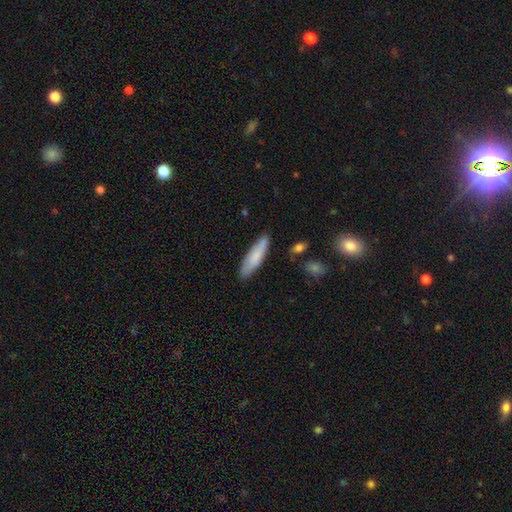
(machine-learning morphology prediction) Smooth or featured?
  - smooth: 78% *
  - featured or disk: 16%
  - star or artifact: 6%
How rounded?
  - cigar-shaped: 68% *
  - in between: 30%
  - round: 1%
Merging?
  - none: 83% *
  - minor disturbance: 13%
  - major disturbance: 2%
  - merger: 2%